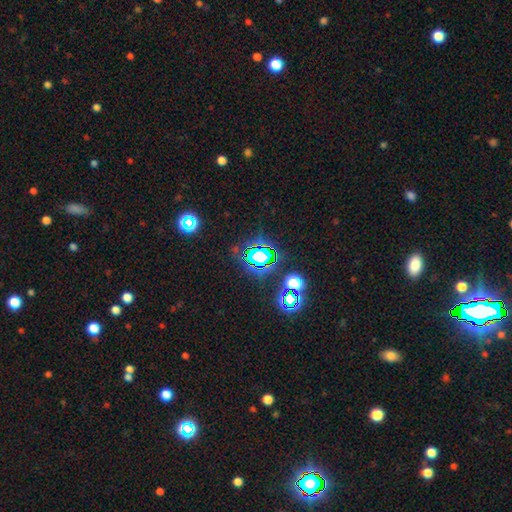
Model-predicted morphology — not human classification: type=star or artifact (66%).